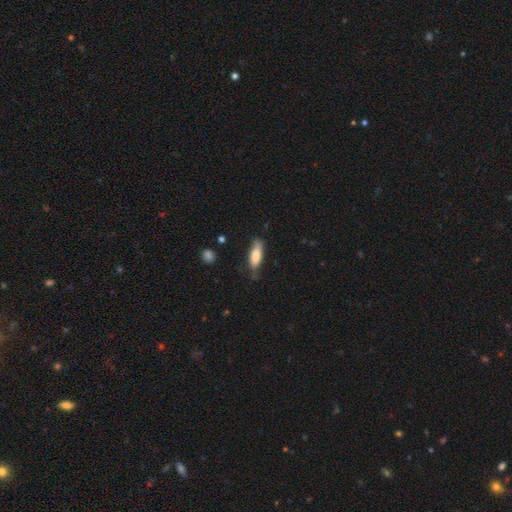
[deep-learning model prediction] Smooth or featured?
  - smooth: 75% *
  - featured or disk: 19%
  - star or artifact: 6%
How rounded?
  - in between: 56% *
  - cigar-shaped: 42%
  - round: 2%
Merging?
  - none: 62% *
  - minor disturbance: 29%
  - major disturbance: 7%
  - merger: 2%